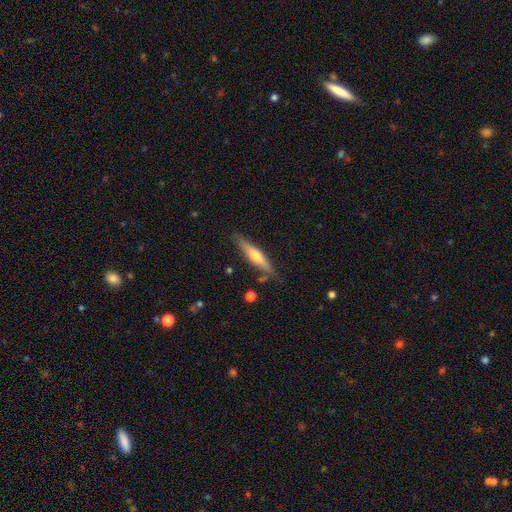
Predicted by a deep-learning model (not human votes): Smooth or featured: featured or disk — 52% (smooth — 42%)
Edge-on disk: yes — 93% (no — 7%)
Merging: none — 81% (minor disturbance — 13%)